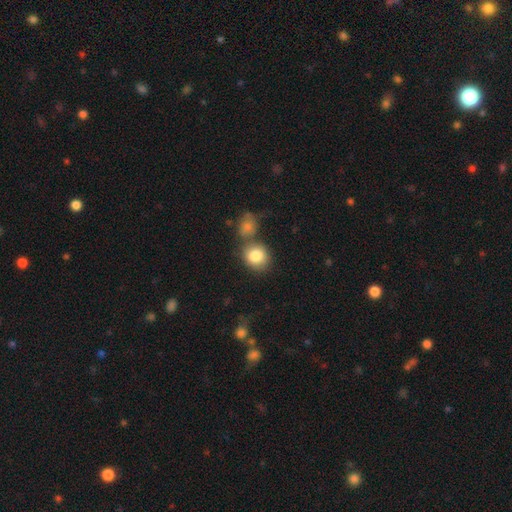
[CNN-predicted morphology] type=smooth (84%); roundness=round (75%); merging=none (57%).